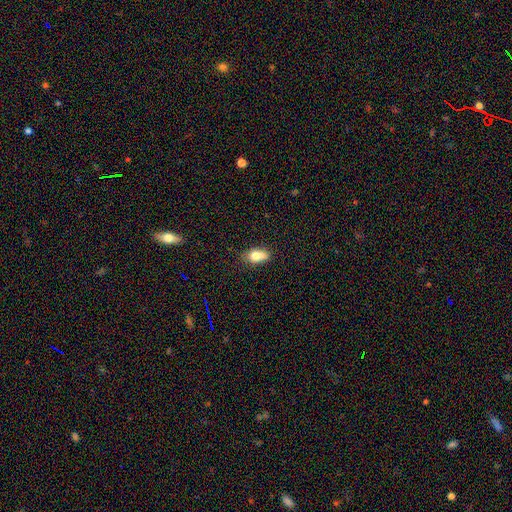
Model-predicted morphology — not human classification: Smooth or featured: smooth — 76% (featured or disk — 14%)
How rounded: in between — 81% (round — 11%)
Merging: none — 58% (minor disturbance — 28%)